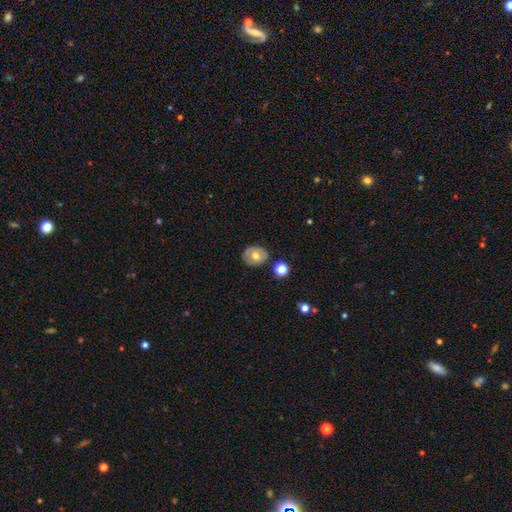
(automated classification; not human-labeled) smooth-or-featured: smooth: 60% | featured or disk: 32% | star or artifact: 9%
  how-rounded: round: 52% | in between: 47% | cigar-shaped: 1%
  merging: none: 77% | minor disturbance: 15% | merger: 4% | major disturbance: 3%